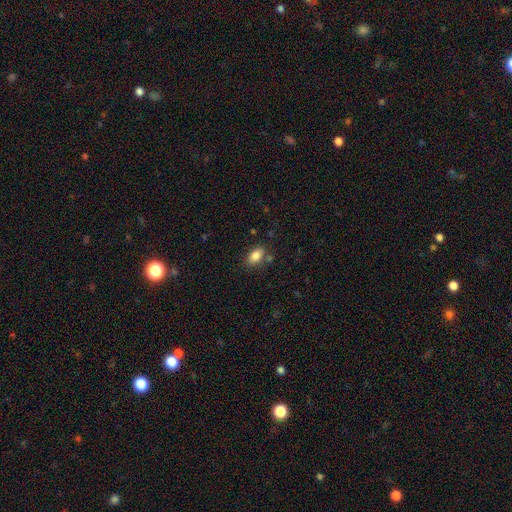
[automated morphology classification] Q: Smooth or featured?
A: smooth (84%); runner-up: star or artifact (9%)
Q: How rounded?
A: in between (89%); runner-up: round (7%)
Q: Merging?
A: none (77%); runner-up: minor disturbance (13%)